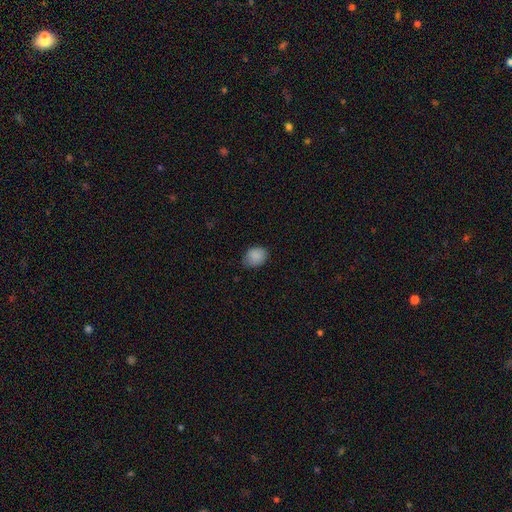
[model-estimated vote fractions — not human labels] smooth 88%, star or artifact 8%, featured or disk 4%. Down the decision tree: how rounded — in between (59%); merging — none (71%).